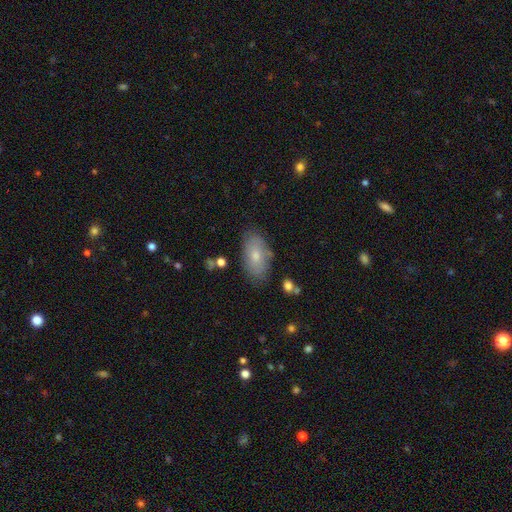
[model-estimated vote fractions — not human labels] This appears to be a smooth galaxy with no disk features (71%) that is in between round and cigar-shaped (93%). Merging: none (78%).